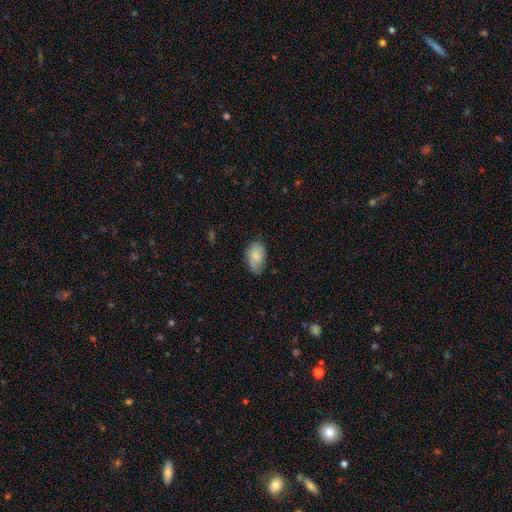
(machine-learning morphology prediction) Smooth or featured? Predicted: smooth (p=0.79). How rounded? Predicted: in between (p=0.91). Merging? Predicted: none (p=0.63).